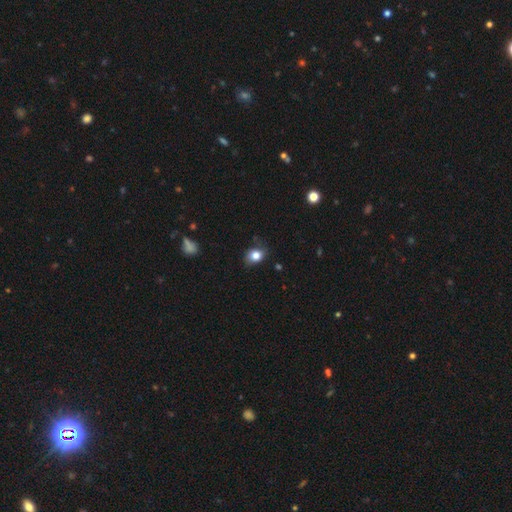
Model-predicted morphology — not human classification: Smooth or featured: smooth — 82% (star or artifact — 10%)
How rounded: in between — 55% (round — 44%)
Merging: none — 72% (minor disturbance — 21%)